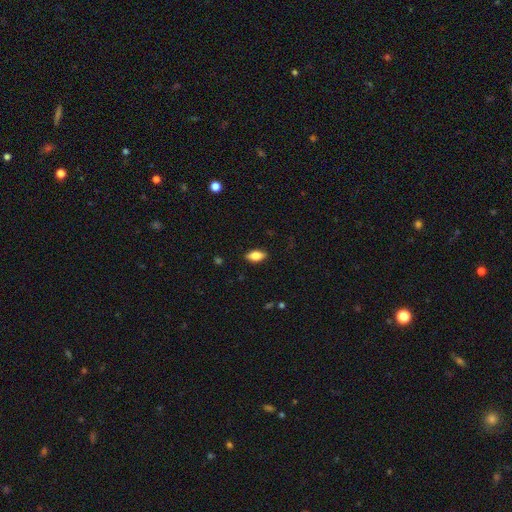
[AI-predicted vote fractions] smooth-or-featured: smooth: 81% | featured or disk: 12% | star or artifact: 7%
  how-rounded: in between: 89% | cigar-shaped: 7% | round: 4%
  merging: none: 88% | minor disturbance: 9% | major disturbance: 2% | merger: 1%